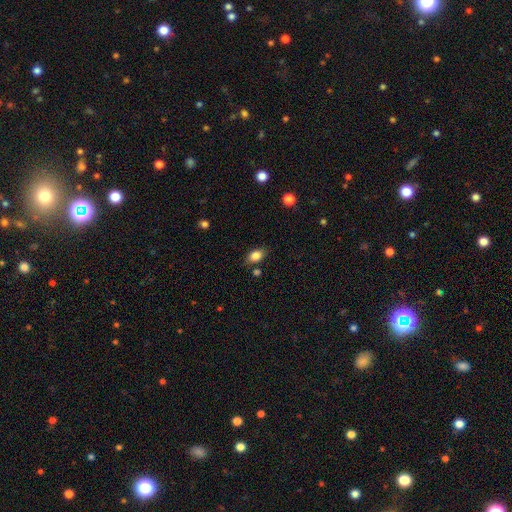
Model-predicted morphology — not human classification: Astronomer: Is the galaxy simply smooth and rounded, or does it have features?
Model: smooth — 83%.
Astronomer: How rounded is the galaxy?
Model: in between — 81%.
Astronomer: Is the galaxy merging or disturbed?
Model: none — 79%.